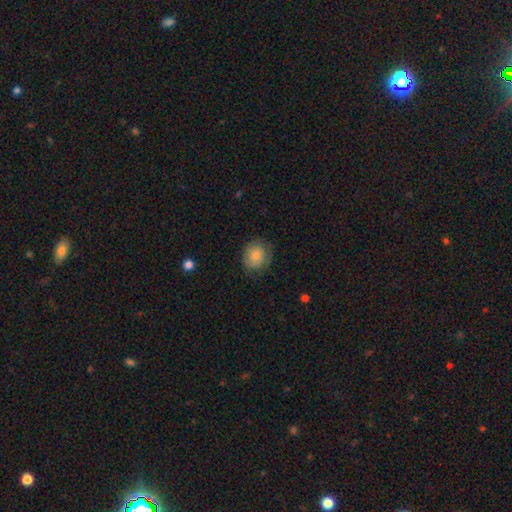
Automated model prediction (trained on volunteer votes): A smooth galaxy with no disk features (78%) that is round (71%).

Vote fractions:
- Smooth or featured? smooth: 78% / featured or disk: 14% / star or artifact: 8%
- How rounded? round: 71% / in between: 28% / cigar-shaped: 1%
- Merging? none: 73% / minor disturbance: 20% / major disturbance: 6% / merger: 1%